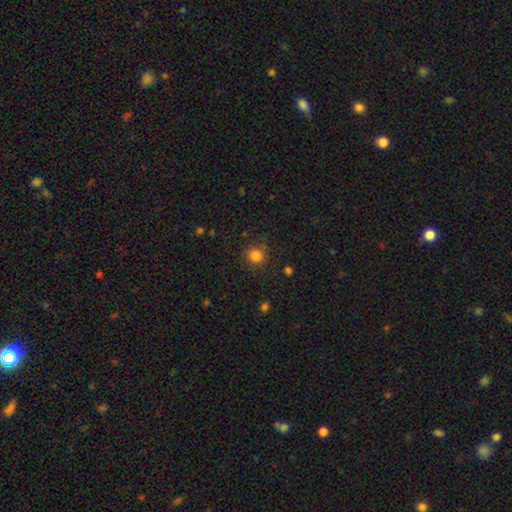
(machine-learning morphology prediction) smooth_or_featured: smooth (p=0.82) [alt: star or artifact p=0.13]
how_rounded: round (p=0.93) [alt: in between p=0.07]
merging: none (p=0.84) [alt: minor disturbance p=0.11]